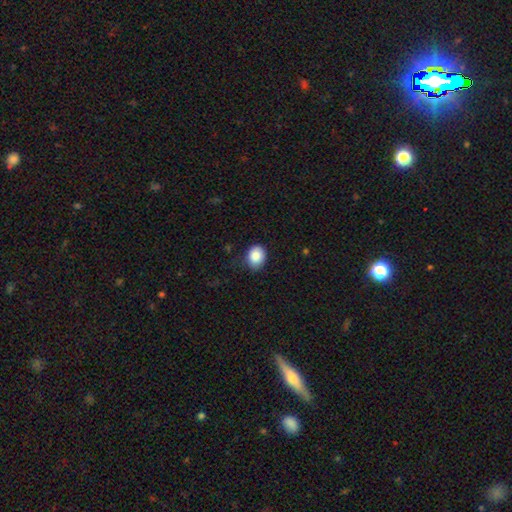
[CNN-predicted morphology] Smooth or featured? smooth (86%)
How rounded? round (54%)
Merging? none (71%)